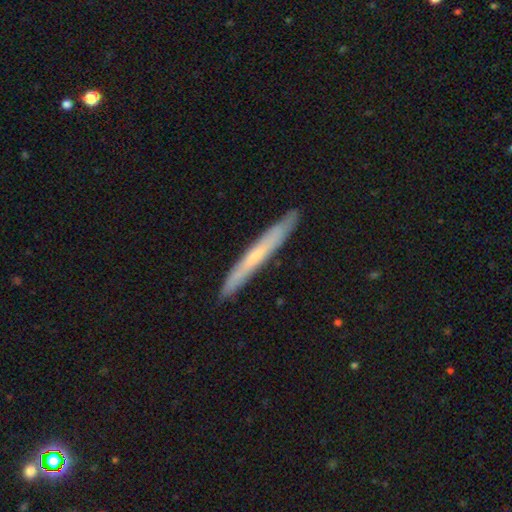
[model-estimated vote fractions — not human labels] Smooth or featured? Predicted: featured or disk (p=0.50). Edge-on disk? Predicted: yes (p=0.93). Merging? Predicted: none (p=0.90).